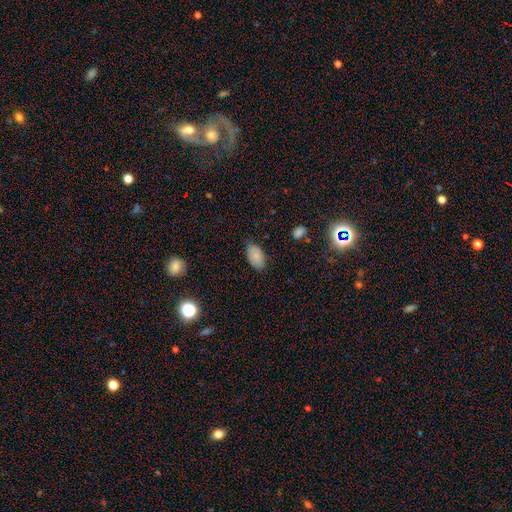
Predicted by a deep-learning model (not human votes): Smooth or featured?
  - smooth: 83% *
  - featured or disk: 9%
  - star or artifact: 8%
How rounded?
  - in between: 94% *
  - round: 5%
  - cigar-shaped: 2%
Merging?
  - none: 76% *
  - minor disturbance: 19%
  - major disturbance: 3%
  - merger: 1%